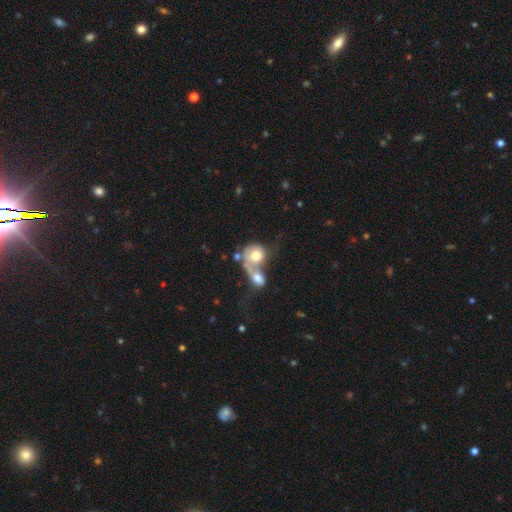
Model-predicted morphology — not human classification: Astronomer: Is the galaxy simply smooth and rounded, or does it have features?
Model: smooth — 59% (runner-up: featured or disk, 34%).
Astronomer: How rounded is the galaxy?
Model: round — 68%.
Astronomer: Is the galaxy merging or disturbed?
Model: merger — 74%.